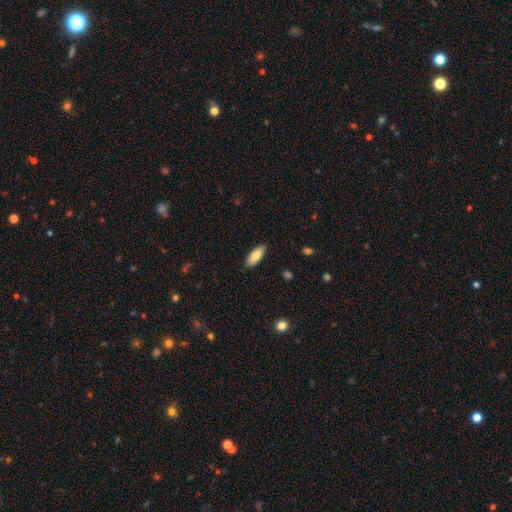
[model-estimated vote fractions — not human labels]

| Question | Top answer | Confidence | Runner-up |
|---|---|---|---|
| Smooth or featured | smooth | 82% | featured or disk (12%) |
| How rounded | in between | 76% | cigar-shaped (22%) |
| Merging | none | 88% | minor disturbance (9%) |